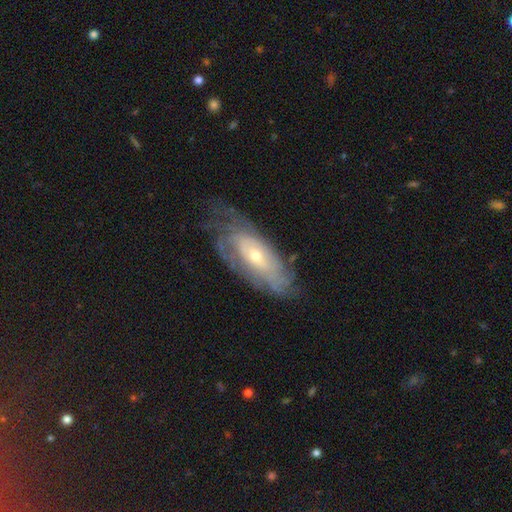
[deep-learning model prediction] Smooth or featured? featured or disk (74%)
Edge-on disk? no (86%)
Bar? no (71%)
Spiral arms? yes (81%)
Spiral winding? tight (65%)
Spiral arm count? can't tell (64%)
Bulge size? small (61%)
Merging? none (60%)